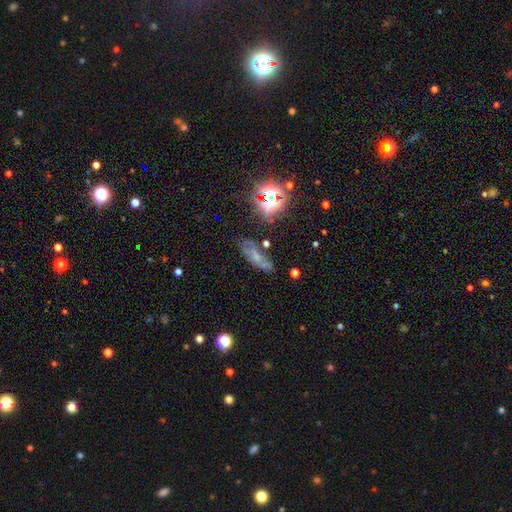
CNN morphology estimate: This appears to be a smooth galaxy with no disk features (44%). Merging: none (56%).